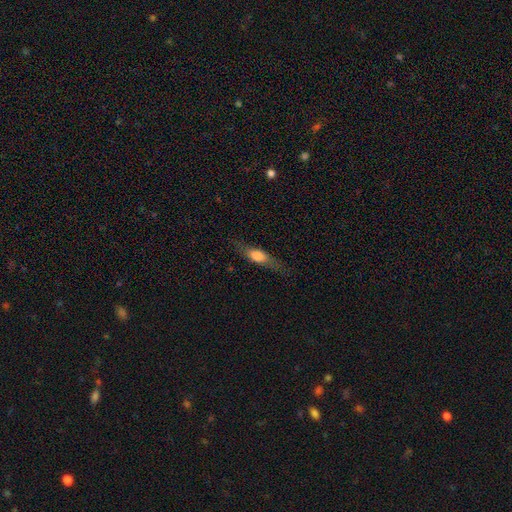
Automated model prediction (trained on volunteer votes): Smooth or featured?
  - smooth: 57% *
  - featured or disk: 36%
  - star or artifact: 7%
How rounded?
  - cigar-shaped: 53% *
  - in between: 43%
  - round: 4%
Merging?
  - none: 76% *
  - minor disturbance: 16%
  - major disturbance: 6%
  - merger: 1%